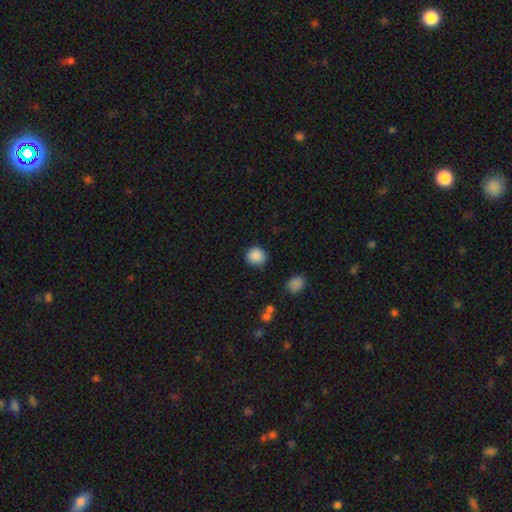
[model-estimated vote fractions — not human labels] The model was most divided on "merging": none: 84%, minor disturbance: 11%, major disturbance: 3%, merger: 2%. More confident: how rounded — round (90%); smooth or featured — smooth (88%).